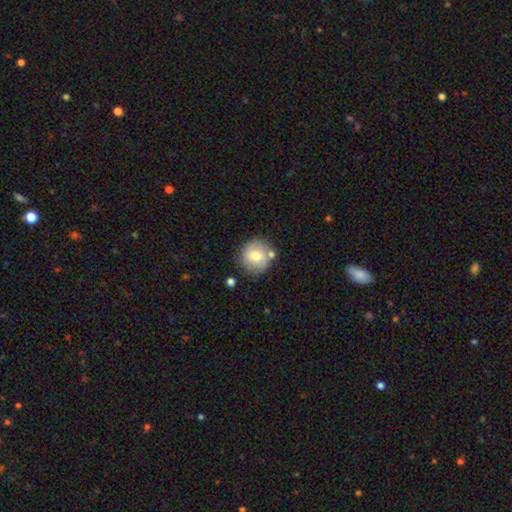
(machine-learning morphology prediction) smooth_or_featured: smooth (p=0.70) [alt: featured or disk p=0.22]
how_rounded: round (p=0.92) [alt: in between p=0.07]
merging: none (p=0.74) [alt: minor disturbance p=0.13]